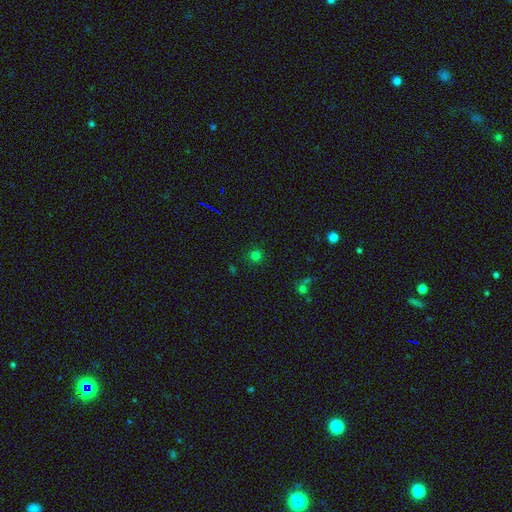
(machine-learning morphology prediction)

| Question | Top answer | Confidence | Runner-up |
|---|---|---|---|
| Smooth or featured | smooth | 72% | star or artifact (23%) |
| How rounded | round | 92% | in between (7%) |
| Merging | none | 87% | minor disturbance (8%) |